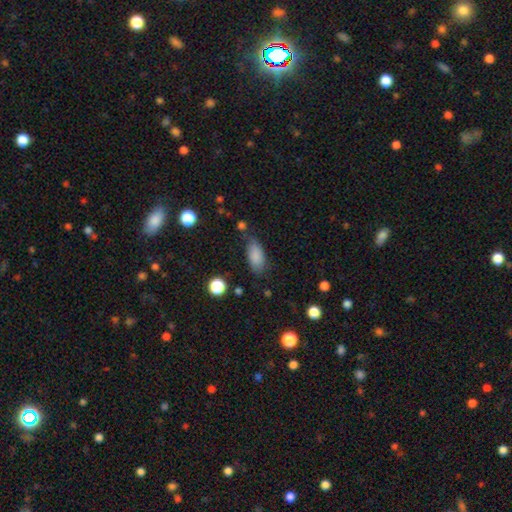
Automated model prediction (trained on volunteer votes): A smooth galaxy with no disk features (85%) that is in between round and cigar-shaped (88%). Merging: none (67%).